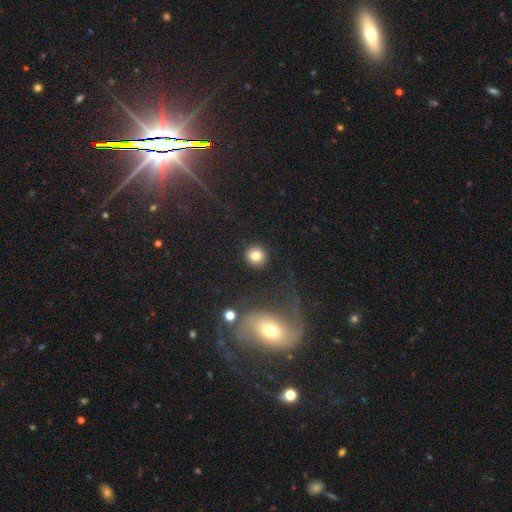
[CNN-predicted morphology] Smooth or featured? Predicted: smooth (p=0.82). How rounded? Predicted: round (p=0.92). Merging? Predicted: none (p=0.90).